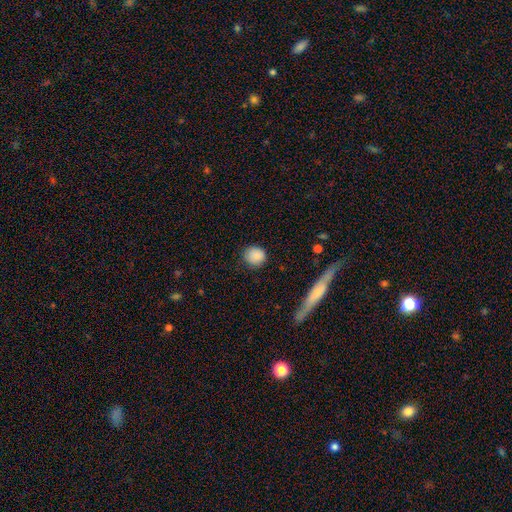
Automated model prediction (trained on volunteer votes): Smooth or featured? Predicted: smooth (p=0.87). How rounded? Predicted: round (p=0.82). Merging? Predicted: none (p=0.83).